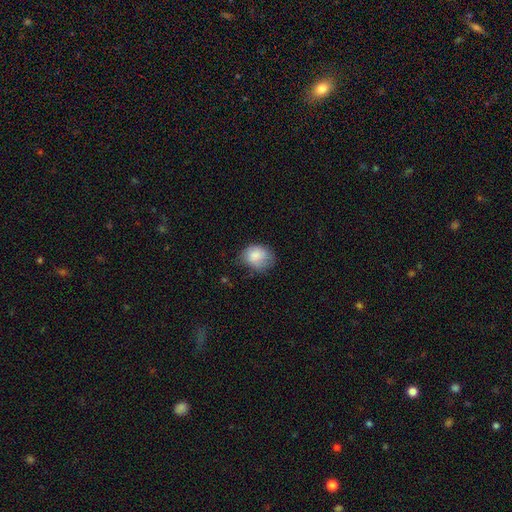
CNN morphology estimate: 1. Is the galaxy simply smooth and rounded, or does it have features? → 83% smooth, 9% featured or disk, 8% star or artifact.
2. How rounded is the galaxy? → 52% in between, 48% round, 1% cigar-shaped.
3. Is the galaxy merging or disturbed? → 50% none, 36% minor disturbance, 12% major disturbance, 2% merger.